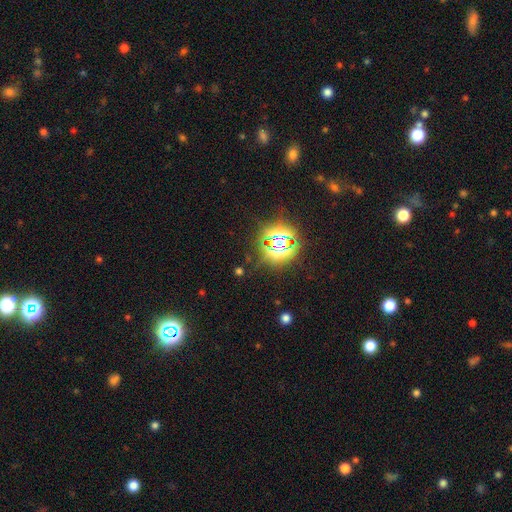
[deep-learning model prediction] A star or artifact, not a galaxy (79%).